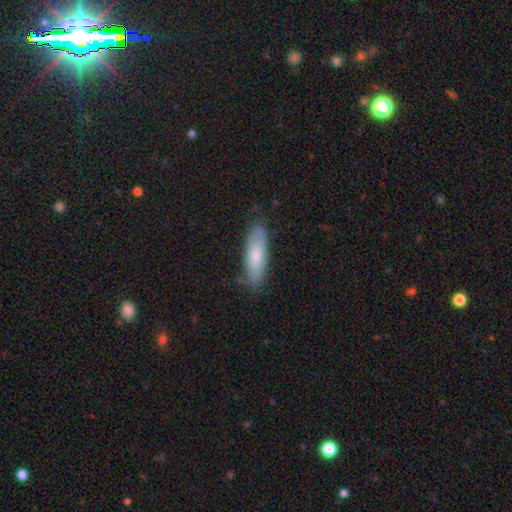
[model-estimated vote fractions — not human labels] Overall: smooth (74%). How rounded: cigar-shaped (52%; in between 46%). Merging: none (79%).